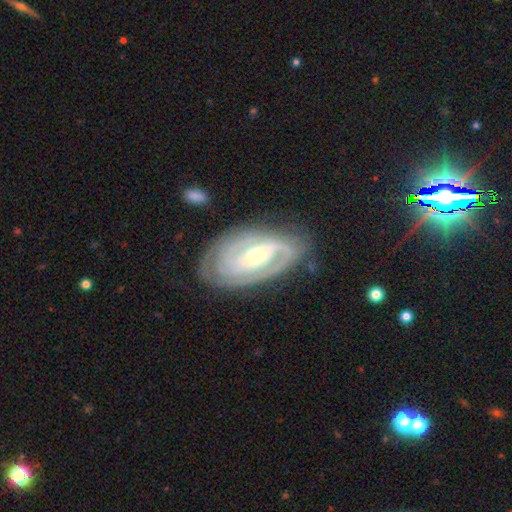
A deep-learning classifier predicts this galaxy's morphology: featured or disk 87%, smooth 8%, star or artifact 5%. Down the decision tree: edge-on disk — no (95%); bar — weak (39%); spiral arms — yes (95%); spiral arm count — 2 (45%); spiral winding — tight (71%); bulge size — moderate (56%); merging — none (77%).